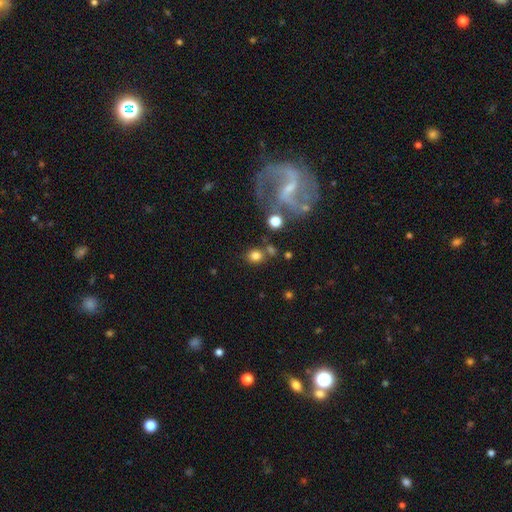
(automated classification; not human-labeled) Smooth or featured? smooth (77%)
How rounded? round (74%)
Merging? none (69%)